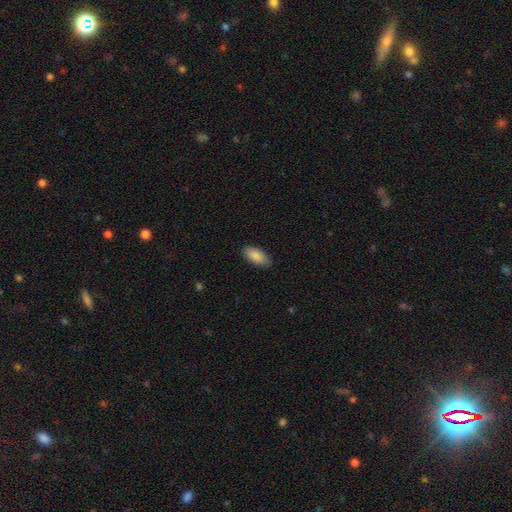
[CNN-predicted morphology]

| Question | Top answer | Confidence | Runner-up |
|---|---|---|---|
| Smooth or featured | smooth | 88% | featured or disk (6%) |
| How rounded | in between | 88% | cigar-shaped (10%) |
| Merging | none | 85% | minor disturbance (12%) |